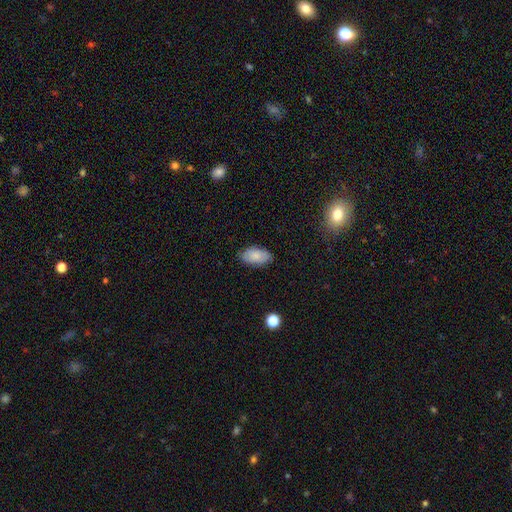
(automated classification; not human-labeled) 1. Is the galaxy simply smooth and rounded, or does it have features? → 83% smooth, 10% featured or disk, 7% star or artifact.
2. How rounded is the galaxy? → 94% in between, 4% round, 2% cigar-shaped.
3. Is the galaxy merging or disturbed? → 81% none, 15% minor disturbance, 3% major disturbance, 1% merger.